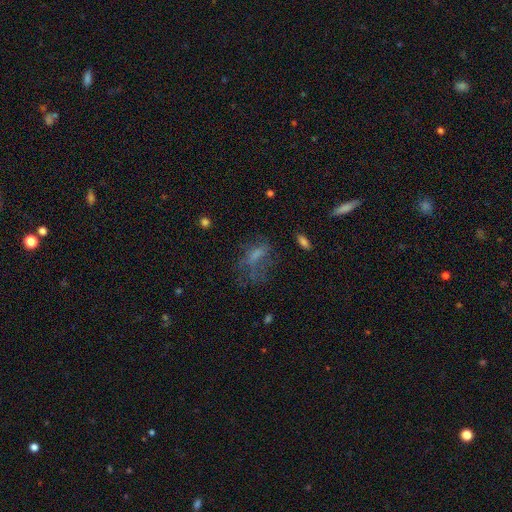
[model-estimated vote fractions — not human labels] This appears to be a smooth galaxy with no disk features (50%) that is in between round and cigar-shaped (71%). Merging: major disturbance (40%).